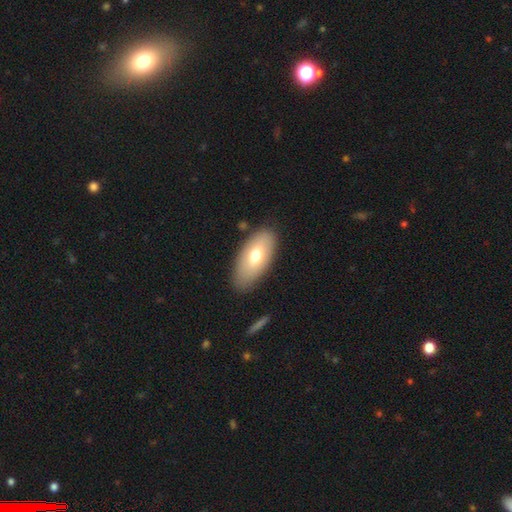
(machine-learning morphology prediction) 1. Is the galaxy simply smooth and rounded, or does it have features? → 67% smooth, 27% featured or disk, 6% star or artifact.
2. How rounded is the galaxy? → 92% in between, 5% cigar-shaped, 3% round.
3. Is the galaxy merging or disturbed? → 82% none, 12% minor disturbance, 3% major disturbance, 3% merger.